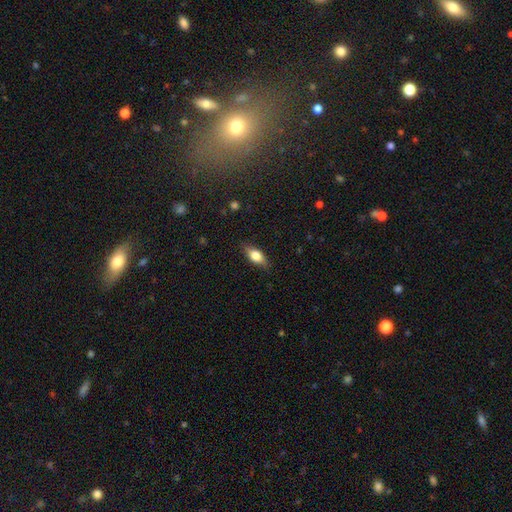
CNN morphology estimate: The model was most divided on "smooth or featured": smooth: 71%, featured or disk: 22%, star or artifact: 7%. More confident: merging — none (81%); how rounded — in between (79%).